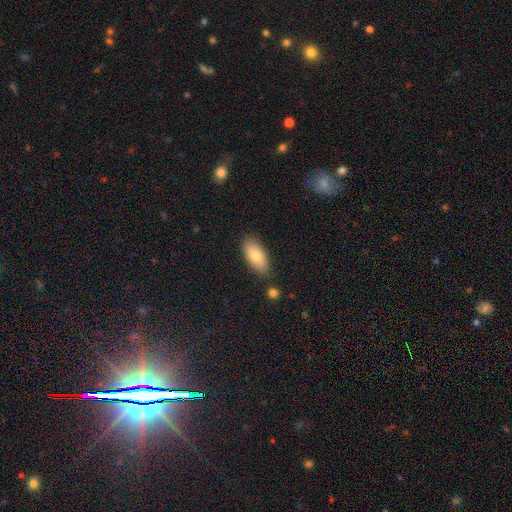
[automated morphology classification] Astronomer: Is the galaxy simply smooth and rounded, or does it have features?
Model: smooth — 78%.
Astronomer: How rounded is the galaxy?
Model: in between — 91%.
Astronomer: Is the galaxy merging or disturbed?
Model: none — 81%.